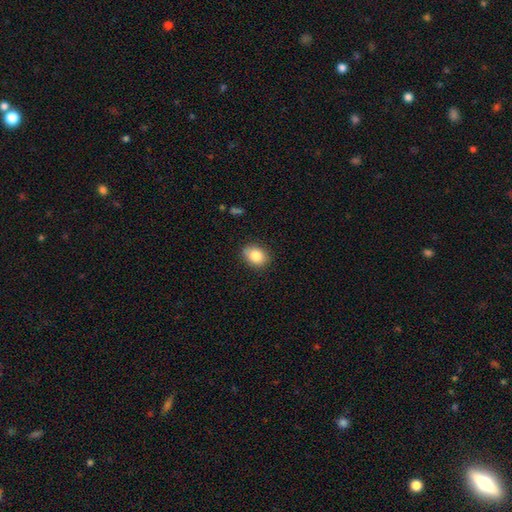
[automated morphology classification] A smooth galaxy with no disk features (85%) that is in between round and cigar-shaped (59%).

Vote fractions:
- Smooth or featured? smooth: 85% / star or artifact: 9% / featured or disk: 7%
- How rounded? in between: 59% / round: 40% / cigar-shaped: 1%
- Merging? none: 80% / minor disturbance: 15% / major disturbance: 3% / merger: 1%